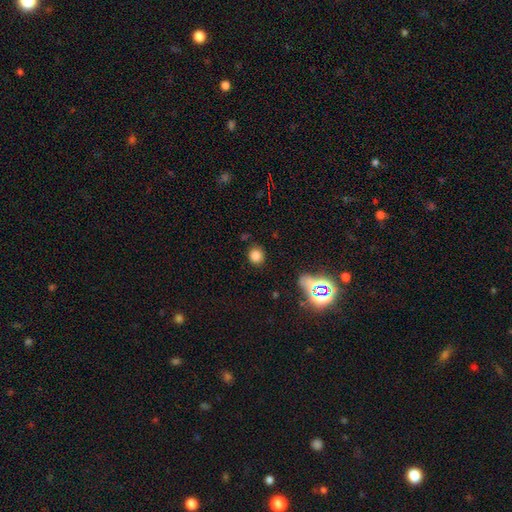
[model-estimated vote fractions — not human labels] smooth 81%, star or artifact 14%, featured or disk 5%. Down the decision tree: how rounded — round (86%); merging — none (85%).